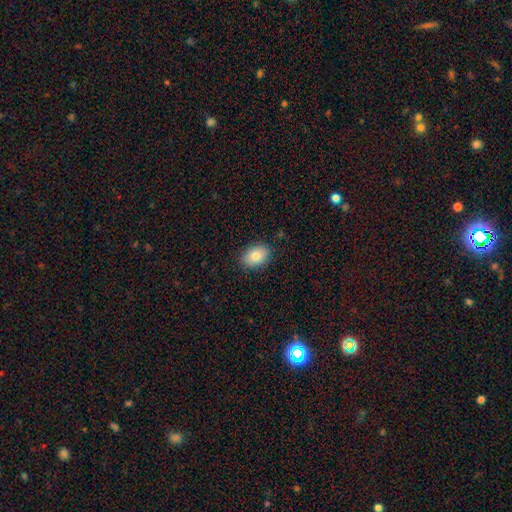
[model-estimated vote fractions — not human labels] A smooth galaxy with no disk features (83%) that is in between round and cigar-shaped (79%).

Vote fractions:
- Smooth or featured? smooth: 83% / featured or disk: 9% / star or artifact: 8%
- How rounded? in between: 79% / round: 20% / cigar-shaped: 1%
- Merging? none: 88% / minor disturbance: 9% / major disturbance: 2% / merger: 1%